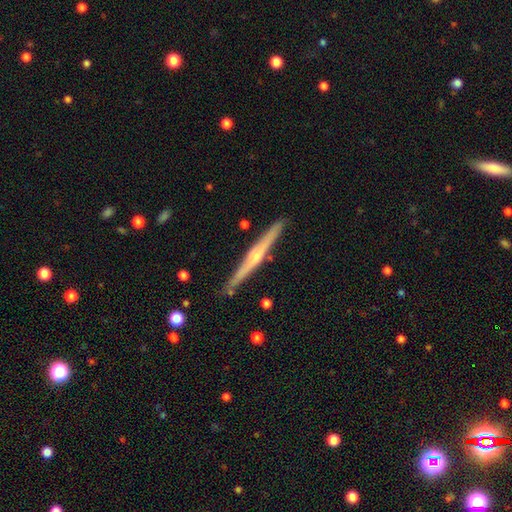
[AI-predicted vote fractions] smooth-or-featured: featured or disk: 79% | smooth: 15% | star or artifact: 5%
  disk-edge-on: yes: 98% | no: 2%
    edge-on-bulge: rounded: 84% | none: 11% | boxy: 5%
  merging: none: 90% | minor disturbance: 7% | merger: 1% | major disturbance: 1%